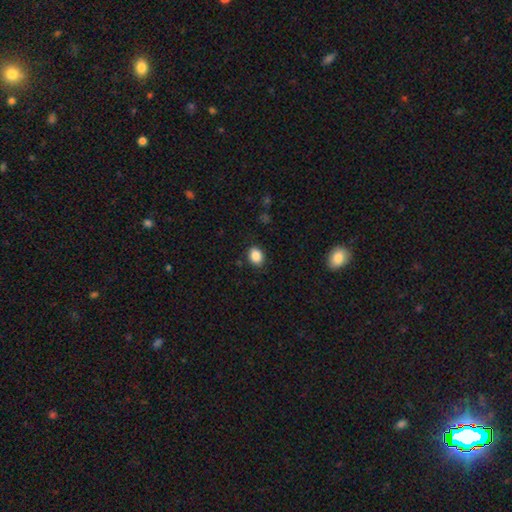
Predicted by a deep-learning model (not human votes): This appears to be a smooth galaxy with no disk features (87%) that is in between round and cigar-shaped (57%). Merging: none (88%).